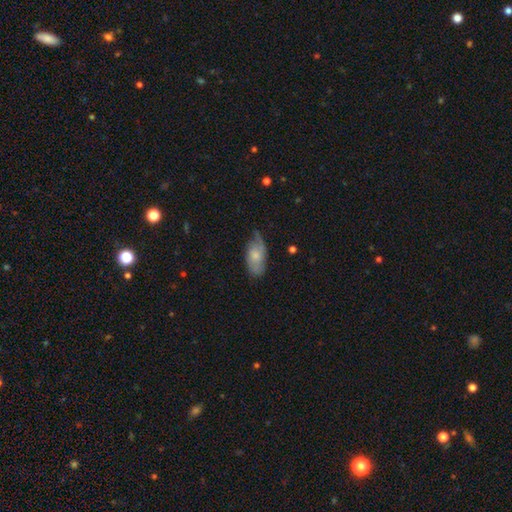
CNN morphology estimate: This appears to be a smooth galaxy with no disk features (61%) that is in between round and cigar-shaped (91%). Merging: none (54%).